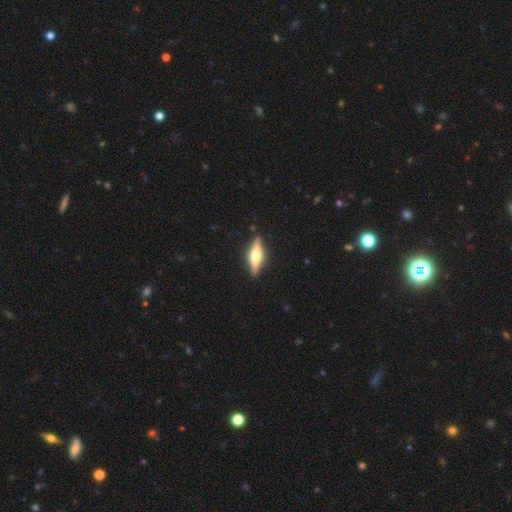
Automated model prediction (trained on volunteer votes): The model was most divided on "smooth or featured": featured or disk: 67%, smooth: 27%, star or artifact: 6%. More confident: edge-on disk — yes (96%); edge-on bulge — rounded (90%); merging — none (89%).